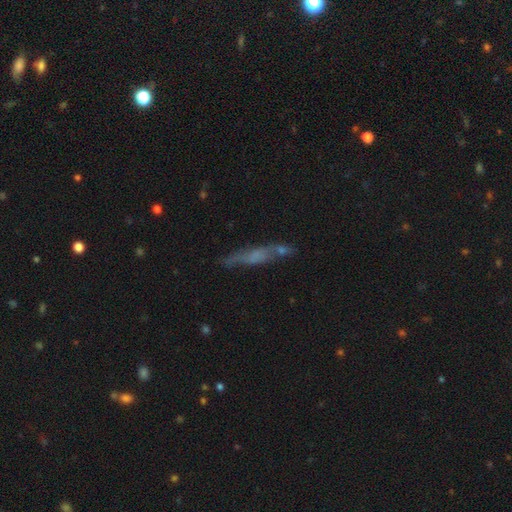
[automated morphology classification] A featured or disk galaxy (47%).

Vote fractions:
- Smooth or featured? featured or disk: 47% / smooth: 40% / star or artifact: 13%
- Merging? none: 61% / minor disturbance: 19% / merger: 11% / major disturbance: 9%